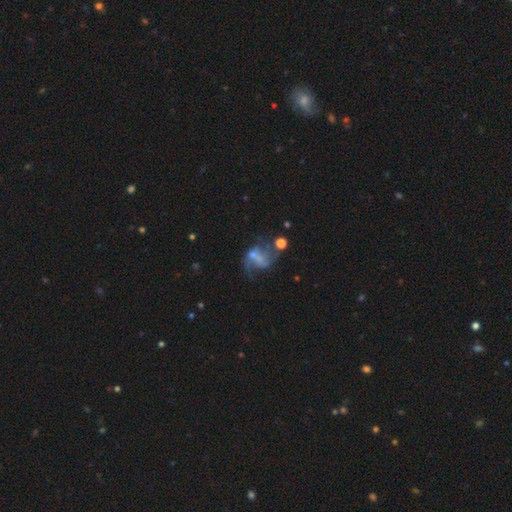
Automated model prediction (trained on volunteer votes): Q: Smooth or featured?
A: featured or disk (64%); runner-up: smooth (23%)
Q: Edge-on disk?
A: no (98%); runner-up: yes (2%)
Q: Bar?
A: no (49%); runner-up: weak (36%)
Q: Spiral arms?
A: yes (71%); runner-up: no (29%)
Q: Bulge size?
A: none (54%); runner-up: small (27%)
Q: Merging?
A: major disturbance (35%); runner-up: none (32%)